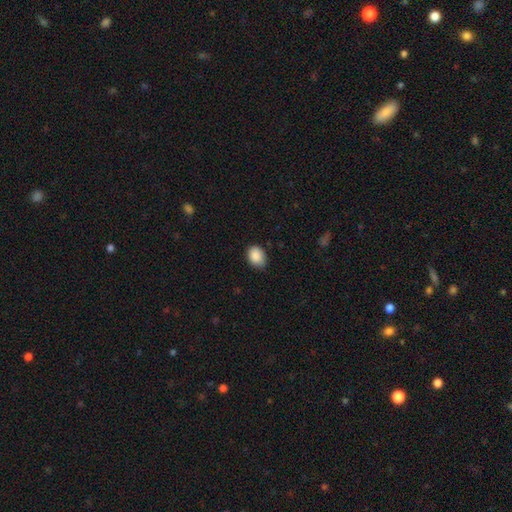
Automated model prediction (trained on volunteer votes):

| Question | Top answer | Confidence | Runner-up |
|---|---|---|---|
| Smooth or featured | smooth | 89% | star or artifact (8%) |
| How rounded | in between | 70% | round (30%) |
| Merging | none | 76% | minor disturbance (20%) |